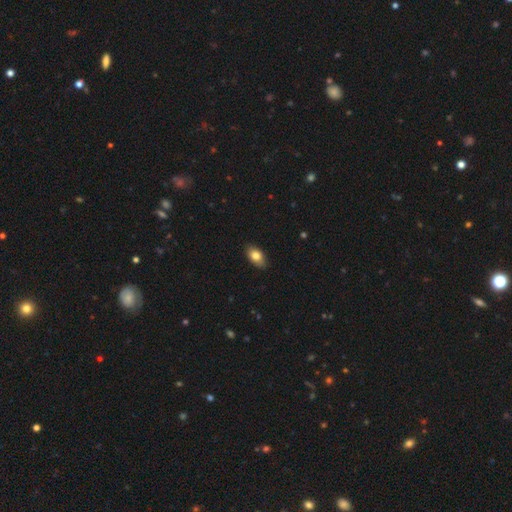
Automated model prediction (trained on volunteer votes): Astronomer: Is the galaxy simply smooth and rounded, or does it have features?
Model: smooth — 81%.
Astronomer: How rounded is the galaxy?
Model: in between — 90%.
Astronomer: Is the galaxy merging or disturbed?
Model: none — 85%.